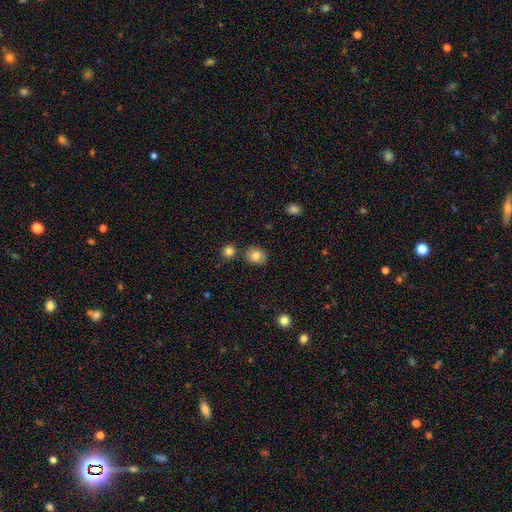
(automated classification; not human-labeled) Smooth or featured? smooth (82%)
How rounded? round (71%)
Merging? none (80%)